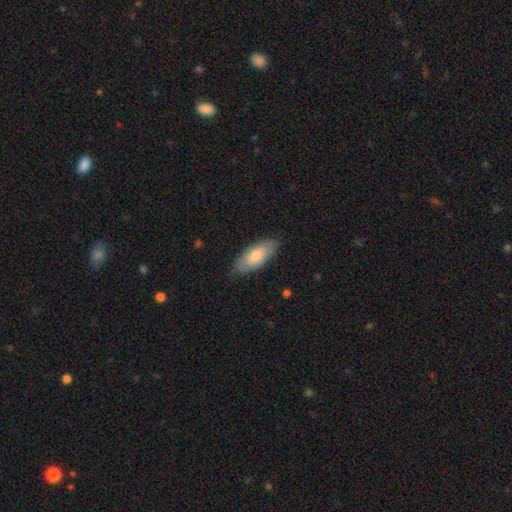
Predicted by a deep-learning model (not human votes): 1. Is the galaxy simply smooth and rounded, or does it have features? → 74% smooth, 21% featured or disk, 5% star or artifact.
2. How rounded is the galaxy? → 83% in between, 16% cigar-shaped, 2% round.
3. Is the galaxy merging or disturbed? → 82% none, 15% minor disturbance, 2% major disturbance, 1% merger.